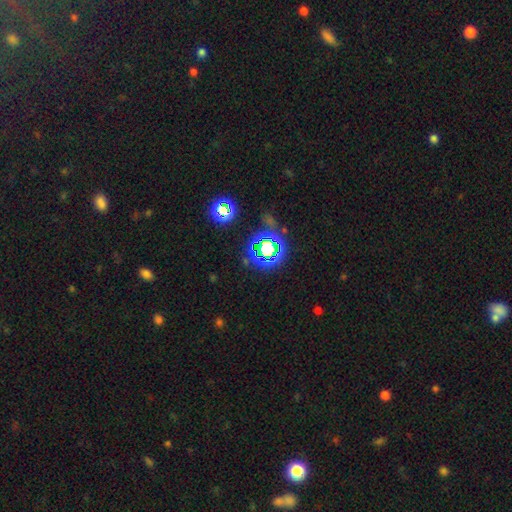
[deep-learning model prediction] Overall: star or artifact (69%).